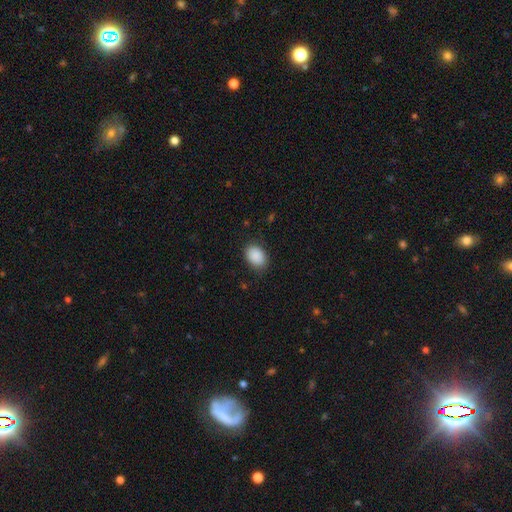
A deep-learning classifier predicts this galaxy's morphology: type=smooth (90%); roundness=in between (79%); merging=none (81%).